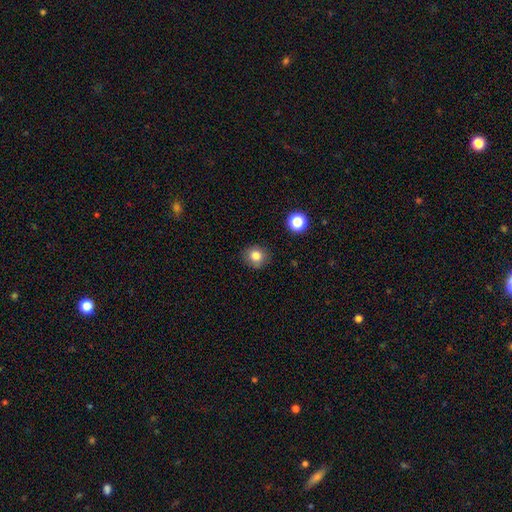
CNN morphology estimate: type=smooth (82%); roundness=round (86%); merging=none (87%).